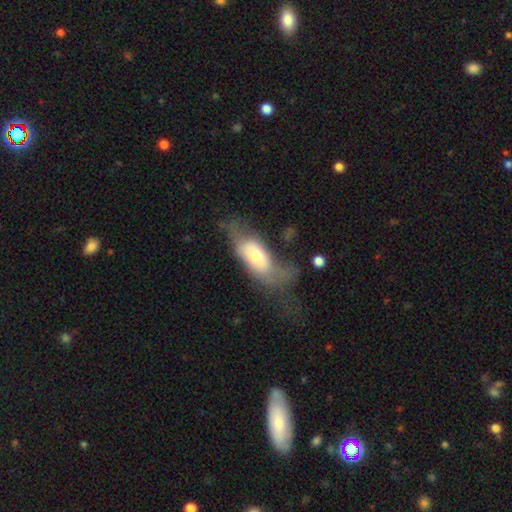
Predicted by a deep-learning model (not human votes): This appears to be a smooth galaxy with no disk features (60%) that is in between round and cigar-shaped (84%). Merging: major disturbance (48%).